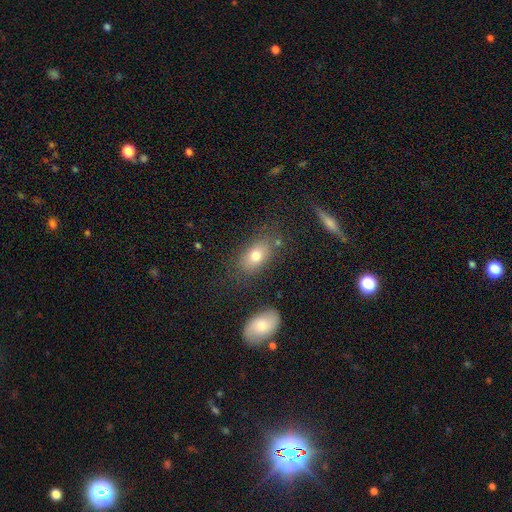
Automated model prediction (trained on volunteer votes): This is likely a smooth galaxy (76%). How rounded: clearly in between (85%). Merging: likely none (74%).